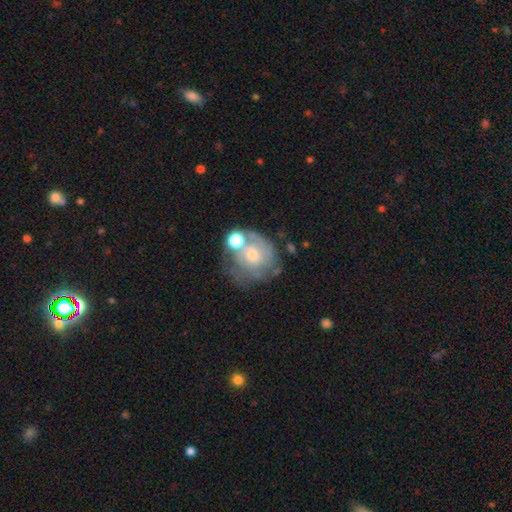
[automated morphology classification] featured or disk 57%, smooth 34%, star or artifact 9%. Down the decision tree: edge-on disk — no (97%); bar — no (80%); spiral arms — yes (61%); bulge size — small (48%); merging — none (42%).